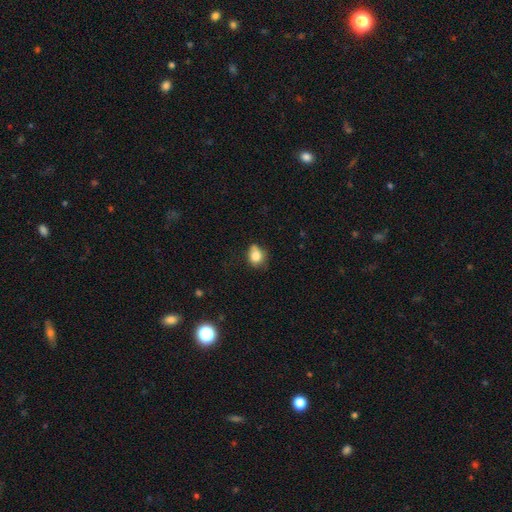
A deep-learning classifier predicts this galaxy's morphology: Smooth or featured? Predicted: smooth (p=0.80). How rounded? Predicted: round (p=0.56). Merging? Predicted: none (p=0.48).